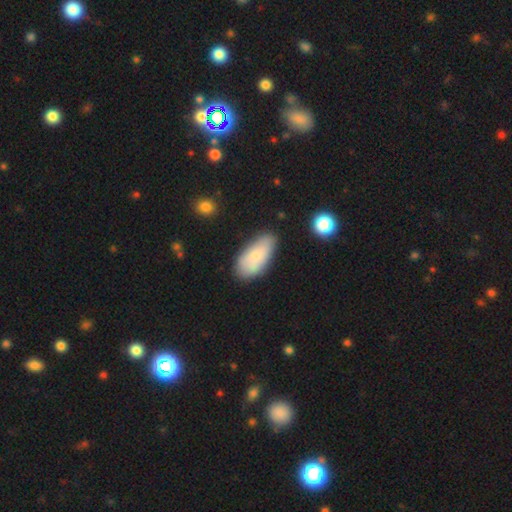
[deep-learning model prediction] Smooth or featured? Predicted: smooth (p=0.73). How rounded? Predicted: in between (p=0.90). Merging? Predicted: none (p=0.72).